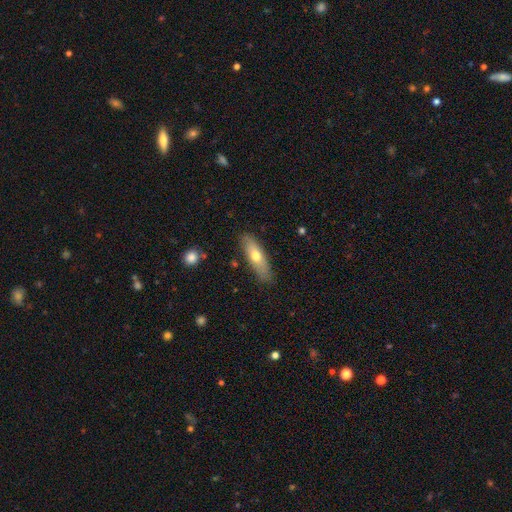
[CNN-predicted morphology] Smooth or featured? Predicted: smooth (p=0.62). How rounded? Predicted: cigar-shaped (p=0.53). Merging? Predicted: none (p=0.83).